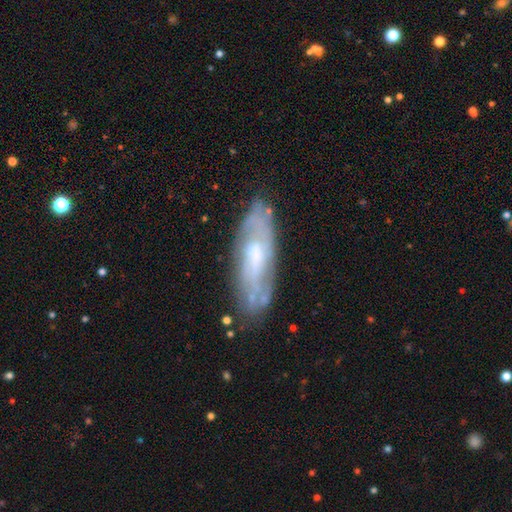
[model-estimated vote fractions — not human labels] Q: Smooth or featured?
A: featured or disk (66%); runner-up: smooth (27%)
Q: Edge-on disk?
A: no (76%); runner-up: yes (24%)
Q: Bar?
A: no (56%); runner-up: weak (37%)
Q: Spiral arms?
A: yes (73%); runner-up: no (27%)
Q: Bulge size?
A: moderate (43%); runner-up: small (37%)
Q: Merging?
A: none (75%); runner-up: minor disturbance (18%)